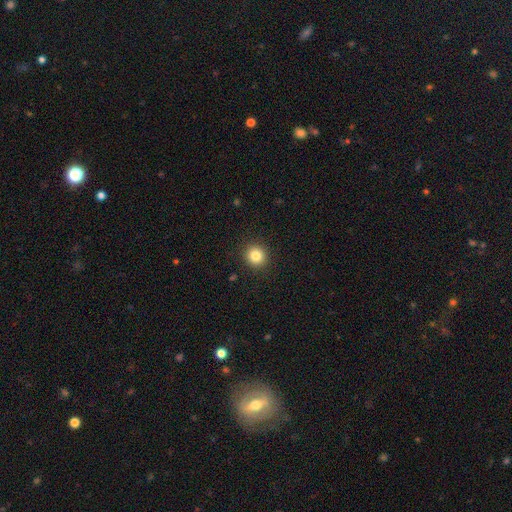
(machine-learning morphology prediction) A smooth galaxy with no disk features (83%) that is round (91%).

Vote fractions:
- Smooth or featured? smooth: 83% / star or artifact: 11% / featured or disk: 6%
- How rounded? round: 91% / in between: 8% / cigar-shaped: 1%
- Merging? none: 91% / minor disturbance: 6% / major disturbance: 2% / merger: 1%